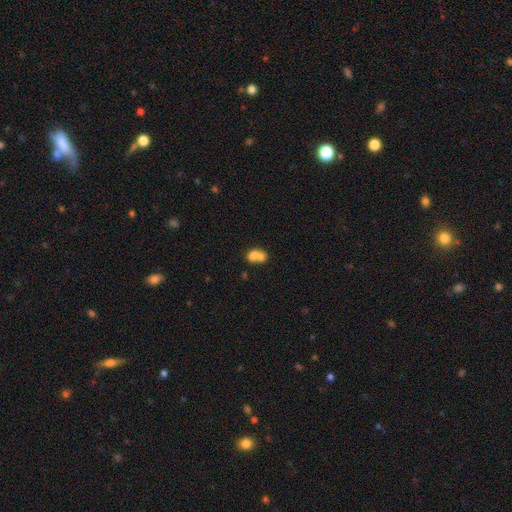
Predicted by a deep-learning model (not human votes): Overall: smooth (70%). How rounded: round (54%; in between 45%). Merging: merger (72%).